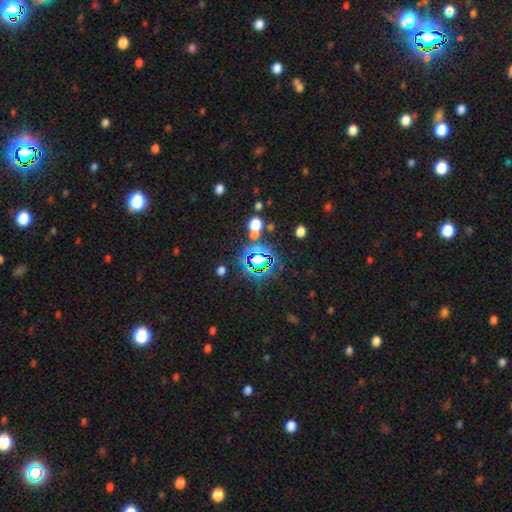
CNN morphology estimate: type=star or artifact (76%).